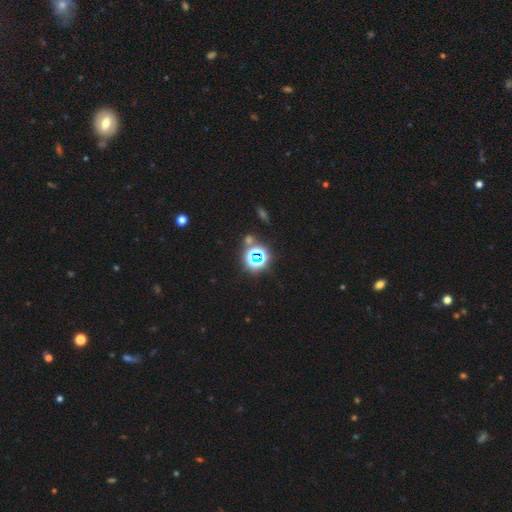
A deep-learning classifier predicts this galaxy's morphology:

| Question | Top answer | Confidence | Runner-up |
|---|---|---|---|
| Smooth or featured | star or artifact | 76% | smooth (17%) |